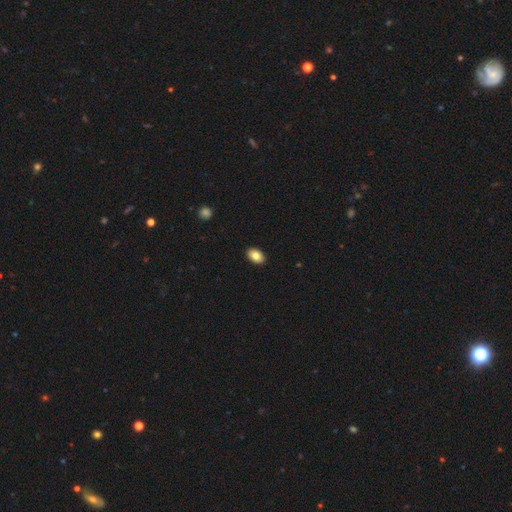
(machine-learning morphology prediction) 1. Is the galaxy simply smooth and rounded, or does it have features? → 85% smooth, 7% star or artifact, 7% featured or disk.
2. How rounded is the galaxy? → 88% in between, 11% round, 1% cigar-shaped.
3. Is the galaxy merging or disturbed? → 91% none, 7% minor disturbance, 2% major disturbance, 1% merger.